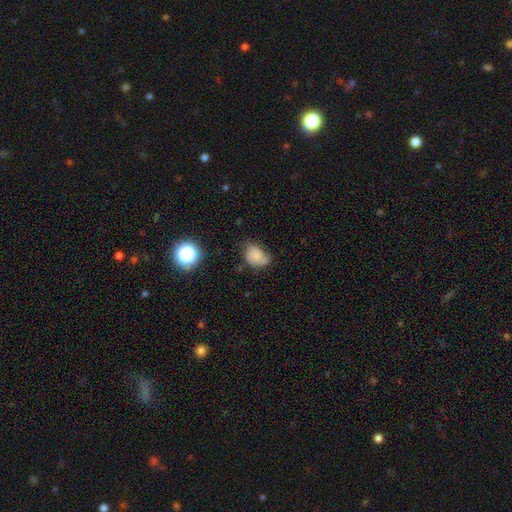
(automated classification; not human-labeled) Q: Smooth or featured?
A: smooth (72%); runner-up: featured or disk (16%)
Q: How rounded?
A: in between (77%); runner-up: round (21%)
Q: Merging?
A: none (42%); runner-up: minor disturbance (40%)